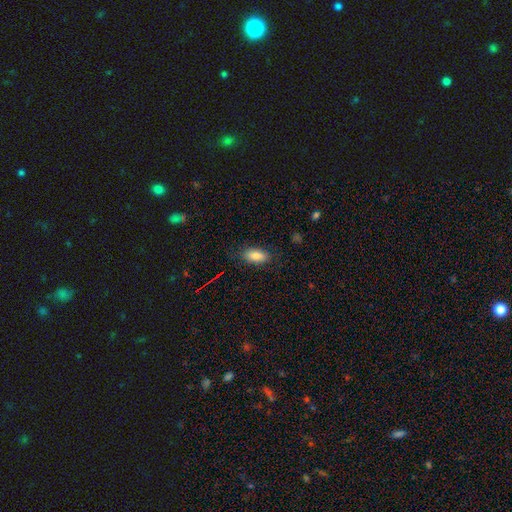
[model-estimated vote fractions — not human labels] Smooth or featured?
  - smooth: 83% *
  - featured or disk: 9%
  - star or artifact: 8%
How rounded?
  - in between: 89% *
  - cigar-shaped: 7%
  - round: 4%
Merging?
  - none: 83% *
  - minor disturbance: 12%
  - major disturbance: 4%
  - merger: 1%